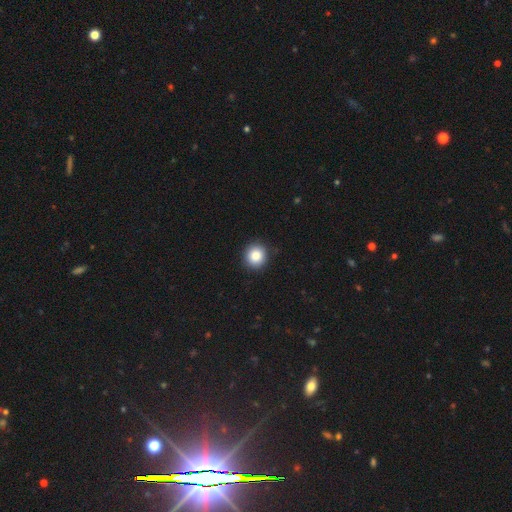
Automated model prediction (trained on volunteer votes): The model was most divided on "smooth or featured": smooth: 86%, star or artifact: 10%, featured or disk: 5%. More confident: how rounded — round (91%); merging — none (90%).